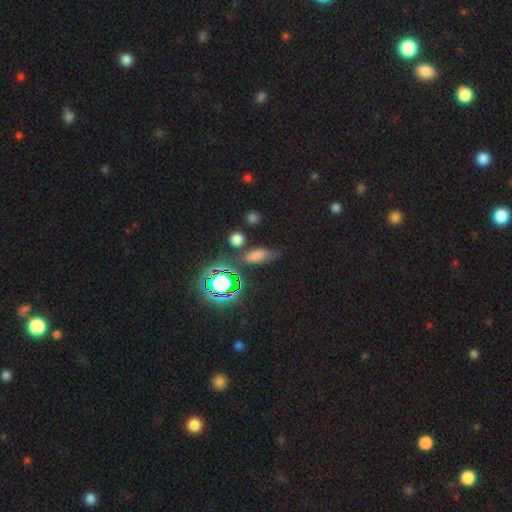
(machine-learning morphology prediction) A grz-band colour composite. It shows a smooth galaxy with no disk features (64%) that is in between round and cigar-shaped (74%). Merging: none (61%).